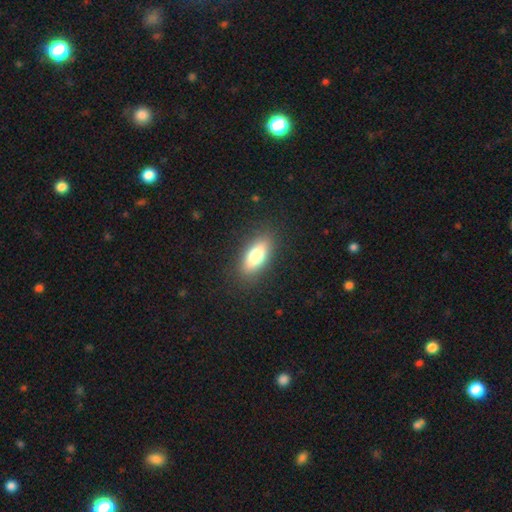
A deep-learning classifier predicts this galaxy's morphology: Overall: smooth (75%). How rounded: in between (76%). Merging: none (87%).